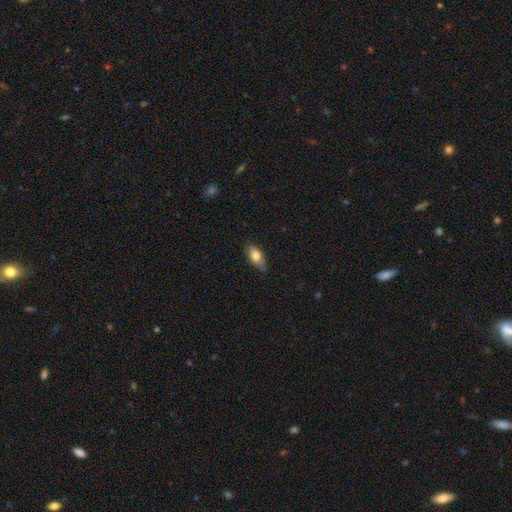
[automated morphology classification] Smooth or featured: smooth — 74% (featured or disk — 20%)
How rounded: in between — 84% (cigar-shaped — 12%)
Merging: none — 76% (minor disturbance — 20%)